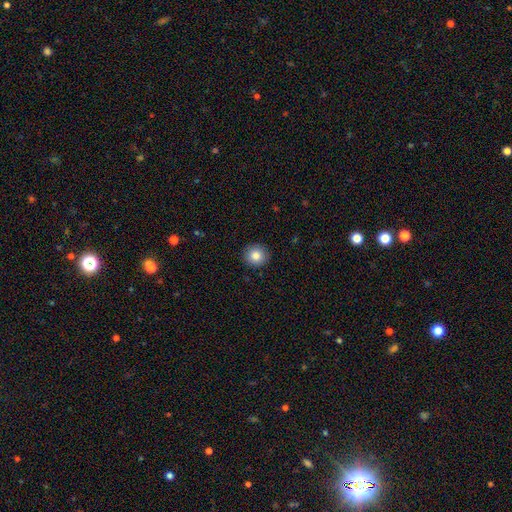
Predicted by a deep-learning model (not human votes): A smooth galaxy with no disk features (84%) that is round (92%).

Vote fractions:
- Smooth or featured? smooth: 84% / star or artifact: 9% / featured or disk: 7%
- How rounded? round: 92% / in between: 7% / cigar-shaped: 1%
- Merging? none: 92% / minor disturbance: 6% / major disturbance: 2% / merger: 1%